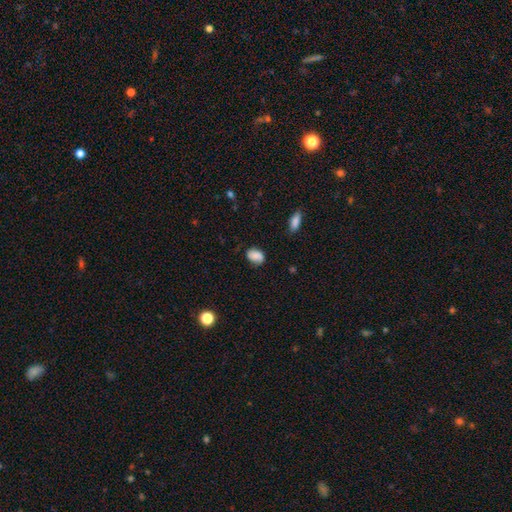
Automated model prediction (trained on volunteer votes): A smooth galaxy with no disk features (80%) that is in between round and cigar-shaped (80%).

Vote fractions:
- Smooth or featured? smooth: 80% / featured or disk: 12% / star or artifact: 9%
- How rounded? in between: 80% / round: 19% / cigar-shaped: 2%
- Merging? none: 71% / minor disturbance: 22% / major disturbance: 5% / merger: 2%